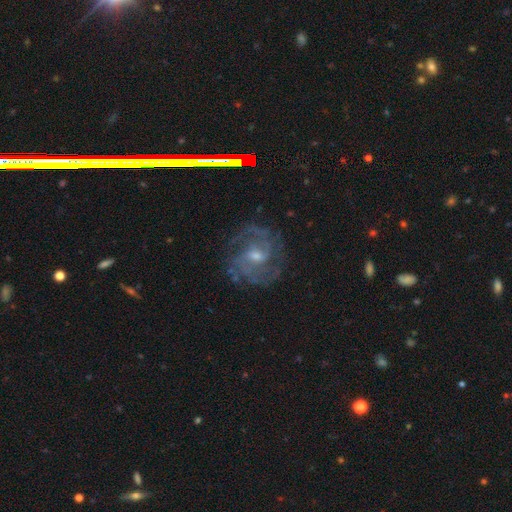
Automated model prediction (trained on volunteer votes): A featured or disk galaxy (81%) with no bar (55%), 2 (27%) tight (56%) spiral arms (96%) and a moderate central bulge (53%). Merging: none (79%).